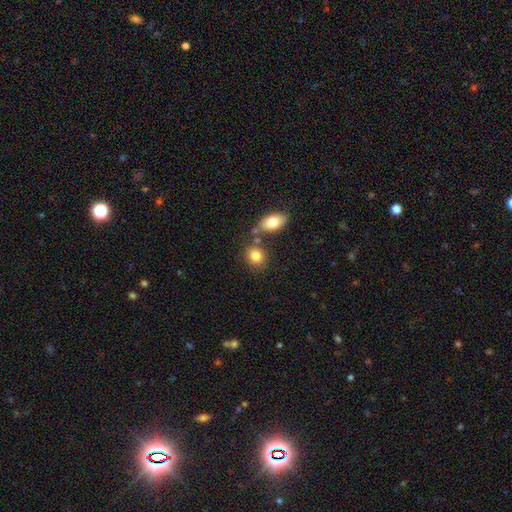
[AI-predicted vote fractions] smooth 83%, star or artifact 9%, featured or disk 9%. Down the decision tree: how rounded — round (53%); merging — none (64%).